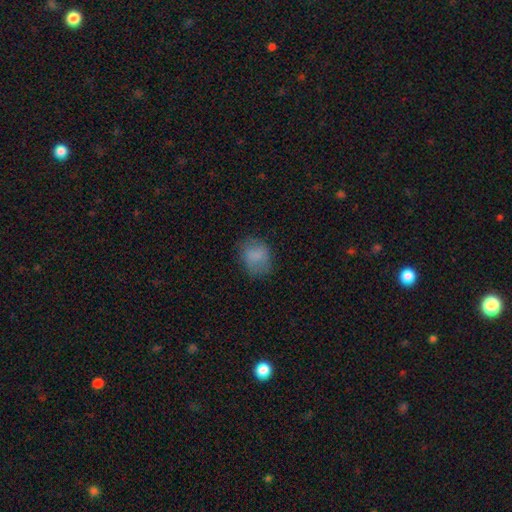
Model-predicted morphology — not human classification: smooth-or-featured: smooth: 79% | featured or disk: 12% | star or artifact: 10%
  how-rounded: in between: 52% | round: 47% | cigar-shaped: 1%
  merging: none: 69% | minor disturbance: 21% | major disturbance: 9% | merger: 1%